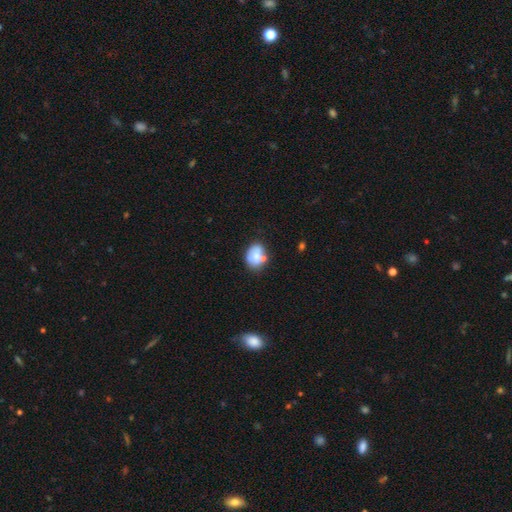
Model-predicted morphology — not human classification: A smooth galaxy with no disk features (66%) that is in between round and cigar-shaped (62%). Merging: none (49%).